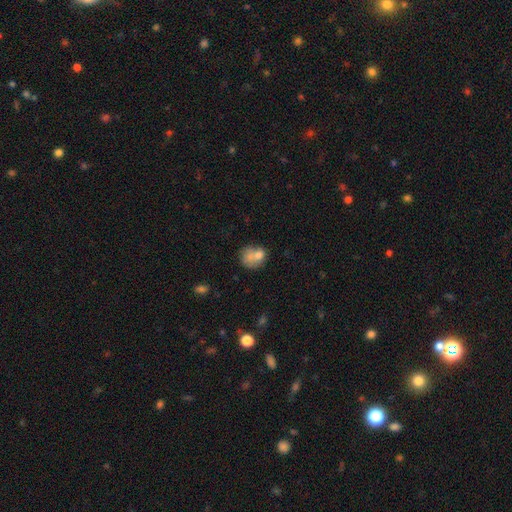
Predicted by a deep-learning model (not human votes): A smooth galaxy with no disk features (71%) that is round (60%).

Vote fractions:
- Smooth or featured? smooth: 71% / featured or disk: 20% / star or artifact: 10%
- How rounded? round: 60% / in between: 39% / cigar-shaped: 1%
- Merging? none: 38% / merger: 34% / minor disturbance: 18% / major disturbance: 10%